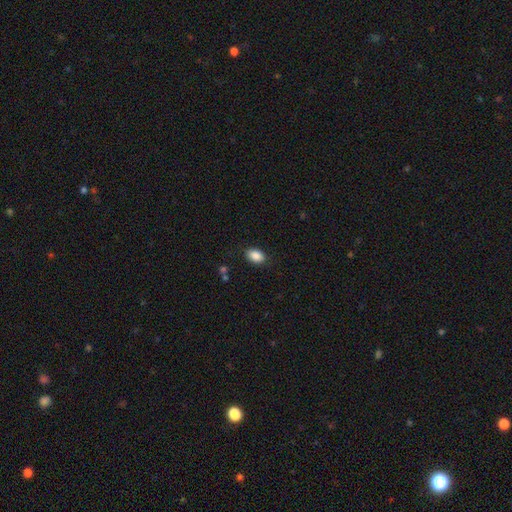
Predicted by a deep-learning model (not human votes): Smooth or featured? smooth (88%)
How rounded? in between (86%)
Merging? none (86%)